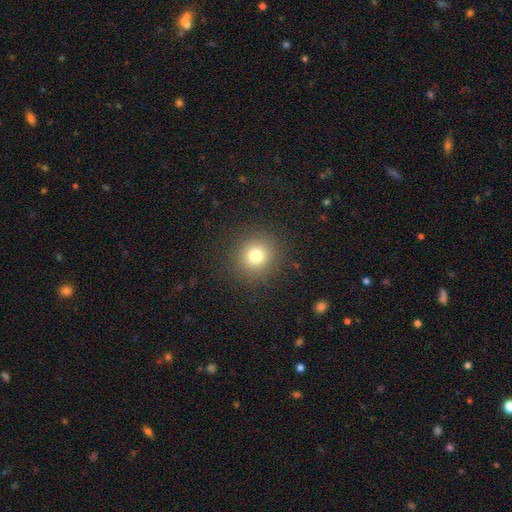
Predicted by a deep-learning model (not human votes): Smooth or featured?
  - smooth: 77% *
  - star or artifact: 14%
  - featured or disk: 8%
How rounded?
  - round: 91% *
  - in between: 8%
  - cigar-shaped: 1%
Merging?
  - none: 90% *
  - minor disturbance: 6%
  - major disturbance: 3%
  - merger: 1%